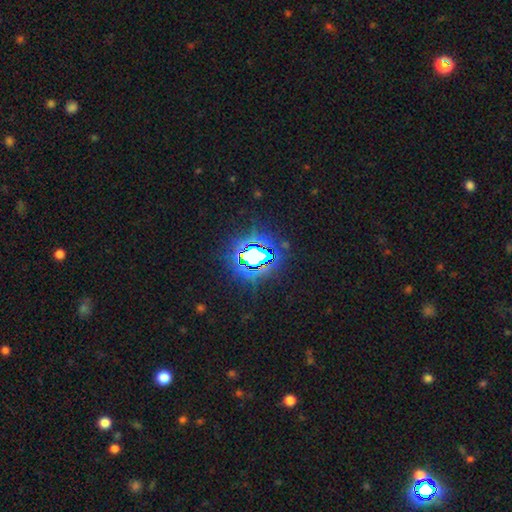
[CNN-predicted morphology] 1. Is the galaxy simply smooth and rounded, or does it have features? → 76% star or artifact, 15% smooth, 10% featured or disk.